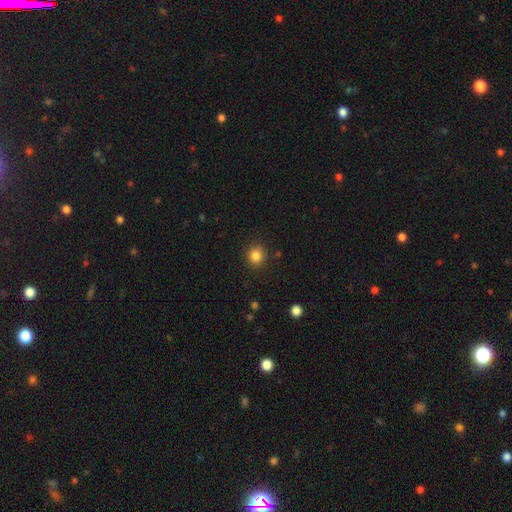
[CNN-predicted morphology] Smooth or featured?
  - smooth: 84% *
  - star or artifact: 11%
  - featured or disk: 4%
How rounded?
  - round: 89% *
  - in between: 10%
  - cigar-shaped: 1%
Merging?
  - none: 89% *
  - minor disturbance: 8%
  - major disturbance: 2%
  - merger: 1%